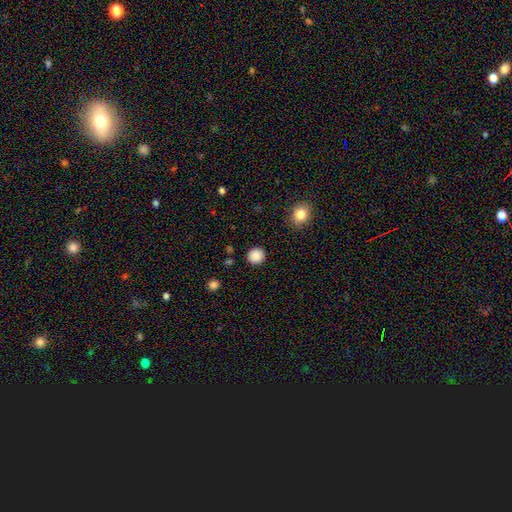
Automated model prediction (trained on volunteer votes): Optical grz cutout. It shows a smooth galaxy with no disk features (88%) that is round (91%). Merging: none (91%).